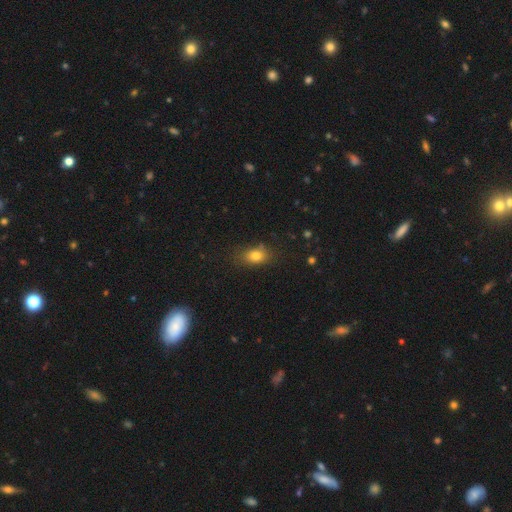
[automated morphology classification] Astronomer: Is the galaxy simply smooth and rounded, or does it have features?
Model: smooth — 80%.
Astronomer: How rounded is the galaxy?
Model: in between — 75%.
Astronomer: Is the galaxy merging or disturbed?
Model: none — 73%.